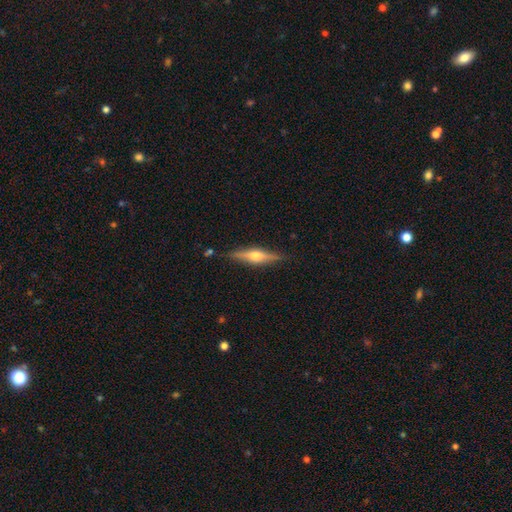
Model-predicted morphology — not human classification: Smooth or featured?
  - featured or disk: 68% *
  - smooth: 25%
  - star or artifact: 6%
Edge-on disk?
  - yes: 96% *
  - no: 4%
Edge-on bulge?
  - rounded: 91% *
  - boxy: 6%
  - none: 3%
Merging?
  - none: 86% *
  - minor disturbance: 10%
  - major disturbance: 2%
  - merger: 2%